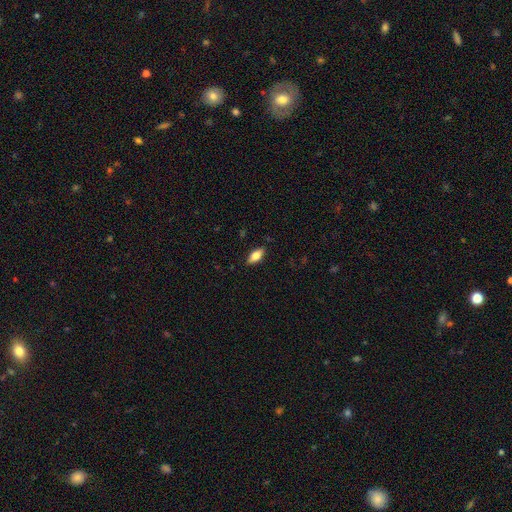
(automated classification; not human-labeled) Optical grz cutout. It shows a smooth galaxy with no disk features (76%) that is in between round and cigar-shaped (85%). Merging: none (87%).